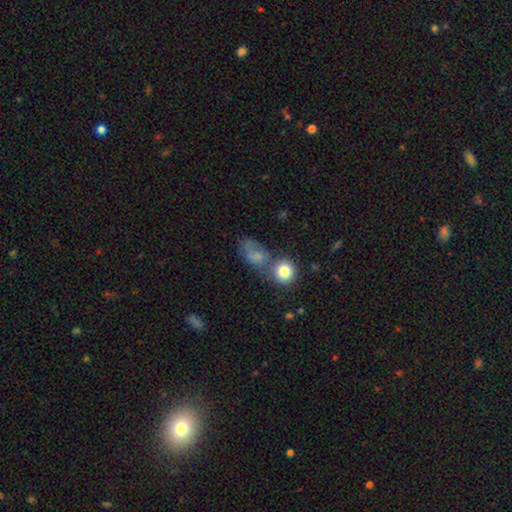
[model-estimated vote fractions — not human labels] Smooth or featured?
  - smooth: 70% *
  - featured or disk: 16%
  - star or artifact: 13%
How rounded?
  - in between: 66% *
  - round: 31%
  - cigar-shaped: 3%
Merging?
  - merger: 35% *
  - none: 32%
  - minor disturbance: 18%
  - major disturbance: 15%